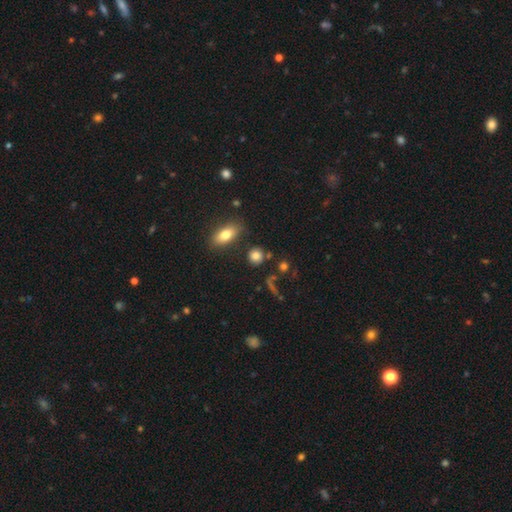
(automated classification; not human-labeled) This appears to be a smooth galaxy with no disk features (82%) that is round (83%). Merging: none (77%).